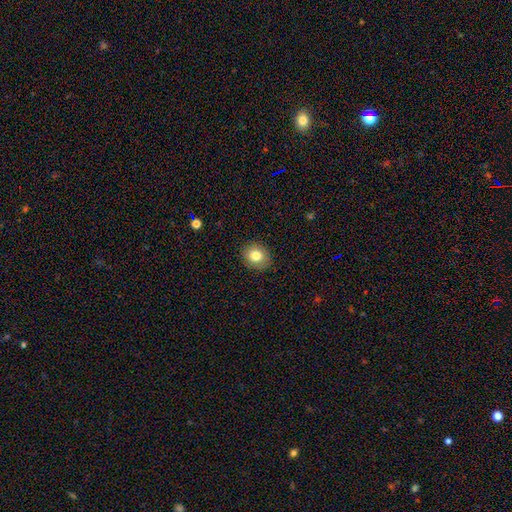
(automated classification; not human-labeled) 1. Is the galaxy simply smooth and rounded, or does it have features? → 81% smooth, 10% star or artifact, 9% featured or disk.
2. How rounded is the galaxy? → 55% round, 44% in between, 1% cigar-shaped.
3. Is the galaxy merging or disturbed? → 89% none, 8% minor disturbance, 2% major disturbance, 1% merger.